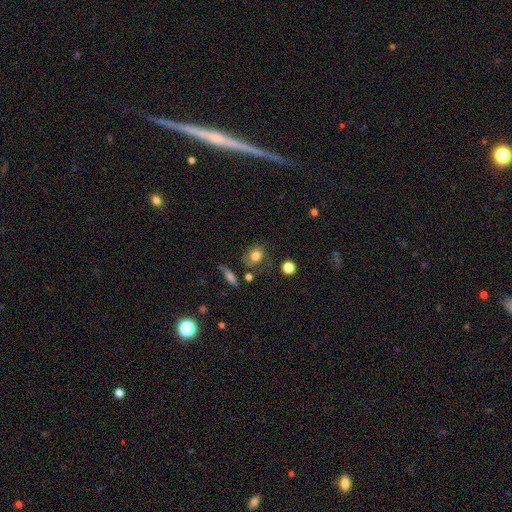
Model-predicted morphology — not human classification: Q: Smooth or featured?
A: smooth (70%); runner-up: featured or disk (19%)
Q: How rounded?
A: round (56%); runner-up: in between (43%)
Q: Merging?
A: none (56%); runner-up: minor disturbance (23%)